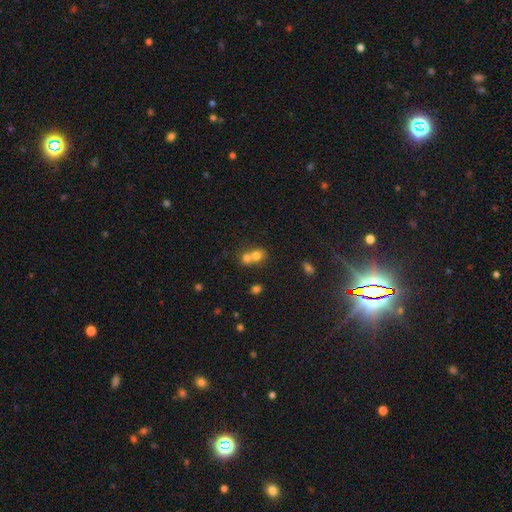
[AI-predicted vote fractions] Smooth or featured? smooth (72%)
How rounded? round (66%)
Merging? merger (66%)